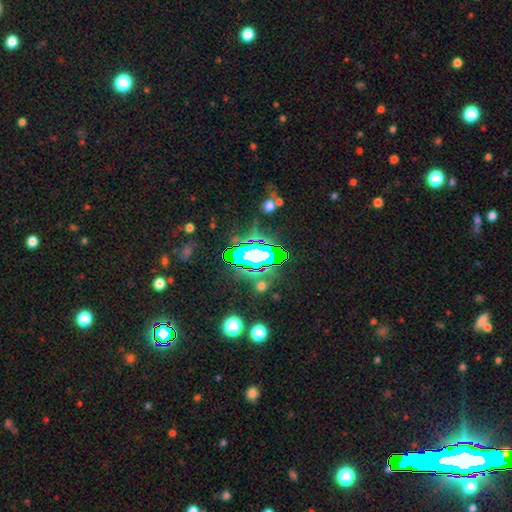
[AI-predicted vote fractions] Smooth or featured: star or artifact — 67% (smooth — 19%)